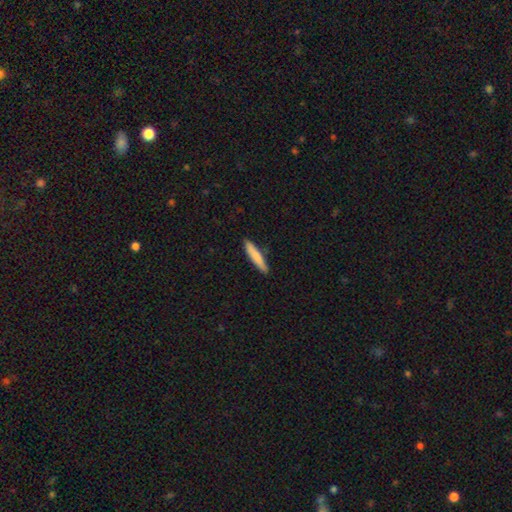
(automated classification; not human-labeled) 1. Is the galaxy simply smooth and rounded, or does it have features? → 79% smooth, 16% featured or disk, 5% star or artifact.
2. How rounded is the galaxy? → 89% cigar-shaped, 9% in between, 1% round.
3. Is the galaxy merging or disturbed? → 88% none, 9% minor disturbance, 2% major disturbance, 1% merger.